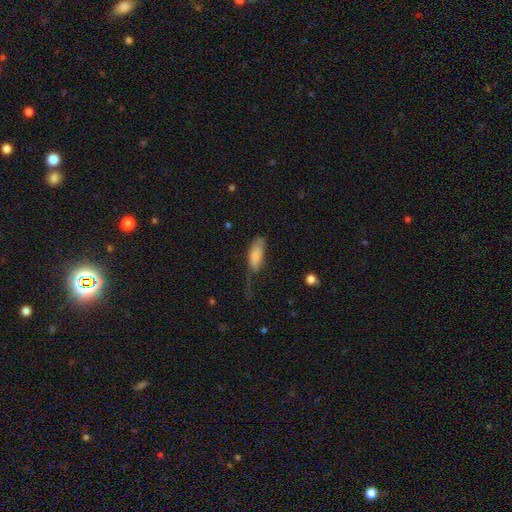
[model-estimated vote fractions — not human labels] A smooth galaxy with no disk features (81%) that is in between round and cigar-shaped (74%).

Vote fractions:
- Smooth or featured? smooth: 81% / featured or disk: 12% / star or artifact: 7%
- How rounded? in between: 74% / cigar-shaped: 24% / round: 2%
- Merging? major disturbance: 34% / minor disturbance: 33% / none: 30% / merger: 3%